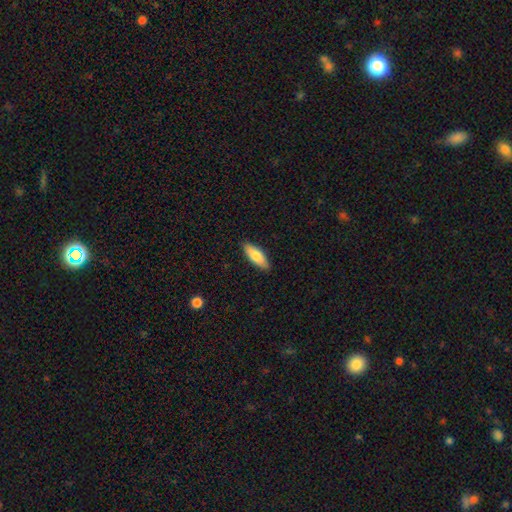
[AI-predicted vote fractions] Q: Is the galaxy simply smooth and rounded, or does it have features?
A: smooth — 77%.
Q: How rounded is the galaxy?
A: in between — 68%.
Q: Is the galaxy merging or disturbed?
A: none — 89%.